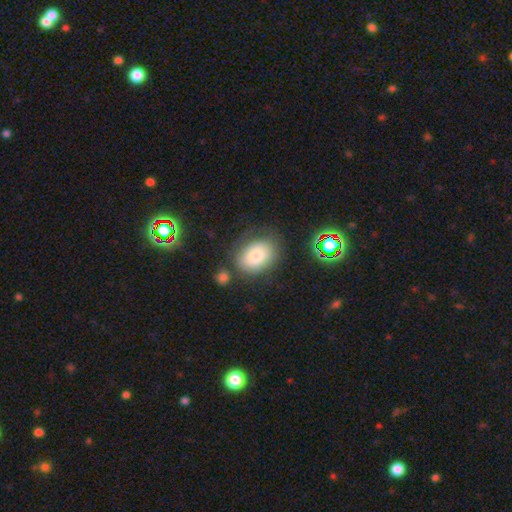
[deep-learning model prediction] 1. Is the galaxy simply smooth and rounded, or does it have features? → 77% smooth, 13% featured or disk, 10% star or artifact.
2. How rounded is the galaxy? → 73% in between, 26% round, 1% cigar-shaped.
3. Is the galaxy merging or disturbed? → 69% none, 18% minor disturbance, 7% major disturbance, 6% merger.